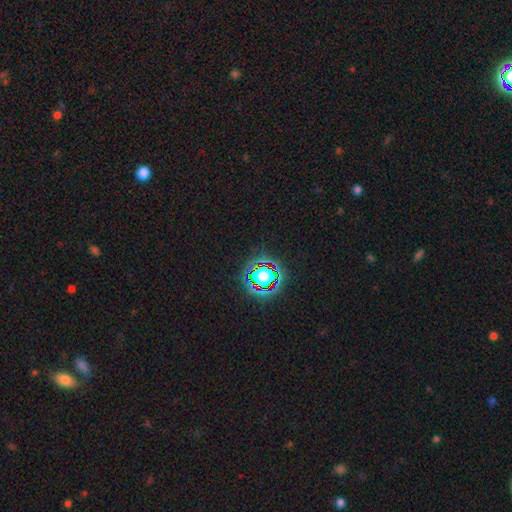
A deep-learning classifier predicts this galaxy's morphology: This appears to be a star or artifact, not a galaxy (79%).